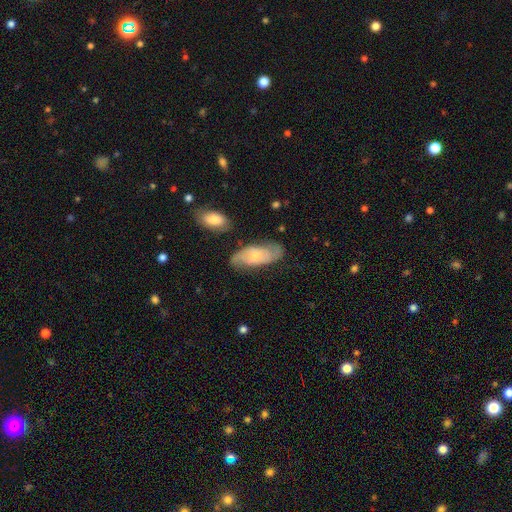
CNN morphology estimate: Q: Smooth or featured?
A: featured or disk (59%); runner-up: smooth (34%)
Q: Edge-on disk?
A: no (92%); runner-up: yes (8%)
Q: Bar?
A: no (68%); runner-up: weak (27%)
Q: Spiral arms?
A: yes (87%); runner-up: no (13%)
Q: Bulge size?
A: small (63%); runner-up: moderate (29%)
Q: Merging?
A: none (71%); runner-up: minor disturbance (20%)